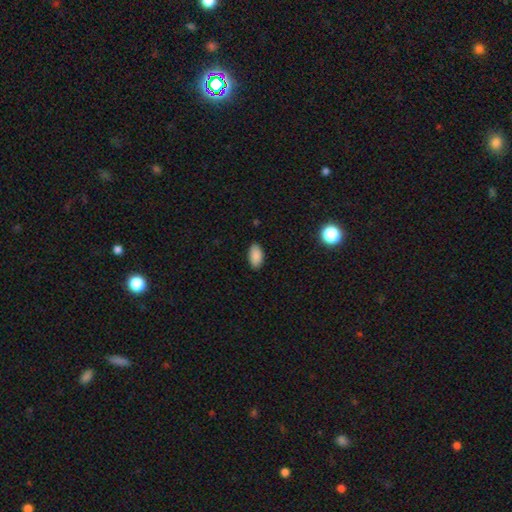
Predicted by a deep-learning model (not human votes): This is clearly a smooth galaxy (89%). How rounded: clearly in between (94%). Merging: clearly none (88%).